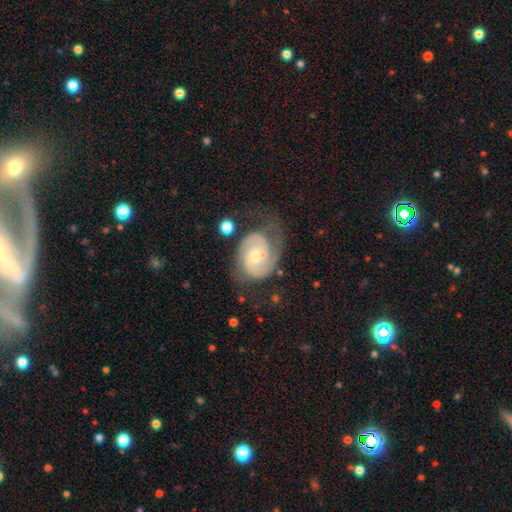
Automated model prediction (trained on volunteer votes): This appears to be a featured or disk galaxy (85%) with no bar (57%), 2 (72%) tight (48%) spiral arms (96%) and a small central bulge (54%). Merging: none (55%).